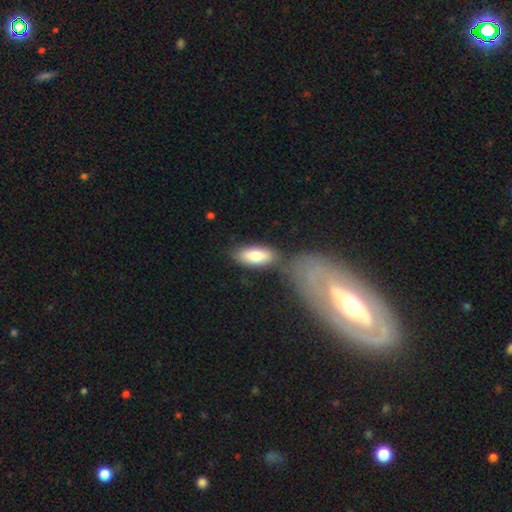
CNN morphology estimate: Smooth or featured?
  - smooth: 78% *
  - featured or disk: 17%
  - star or artifact: 6%
How rounded?
  - in between: 84% *
  - cigar-shaped: 13%
  - round: 3%
Merging?
  - none: 64% *
  - merger: 18%
  - minor disturbance: 14%
  - major disturbance: 4%